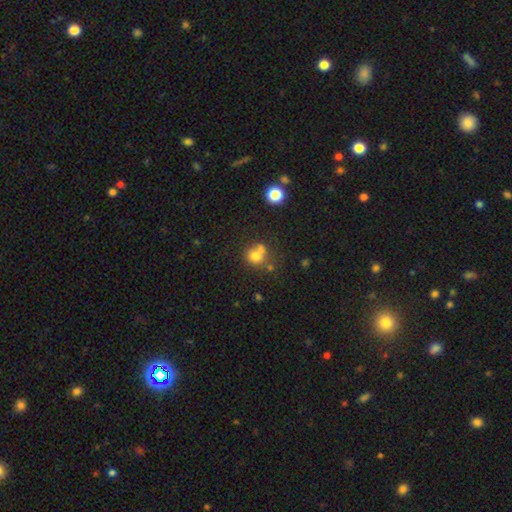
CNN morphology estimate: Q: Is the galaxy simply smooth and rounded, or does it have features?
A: smooth — 71%.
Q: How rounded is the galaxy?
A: round — 81%.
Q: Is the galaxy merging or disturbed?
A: none — 43%.